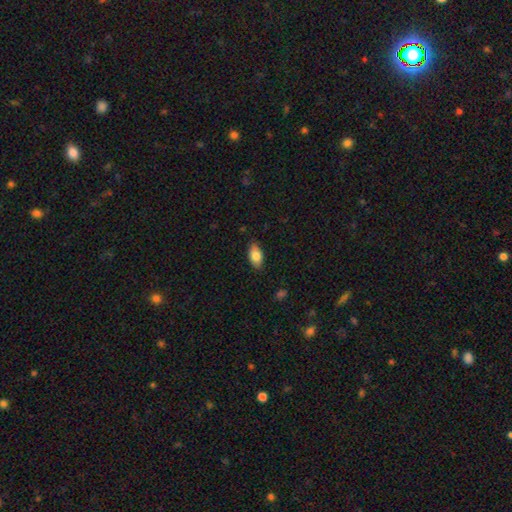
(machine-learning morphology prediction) type=smooth (82%); roundness=in between (91%); merging=none (85%).